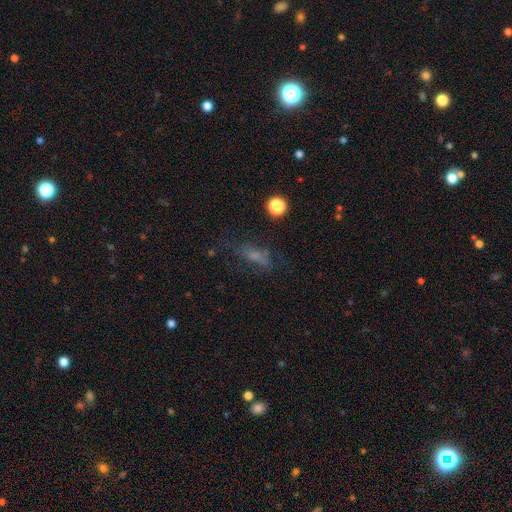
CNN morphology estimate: smooth_or_featured: smooth (p=0.48) [alt: featured or disk p=0.27]
merging: none (p=0.53) [alt: major disturbance p=0.22]